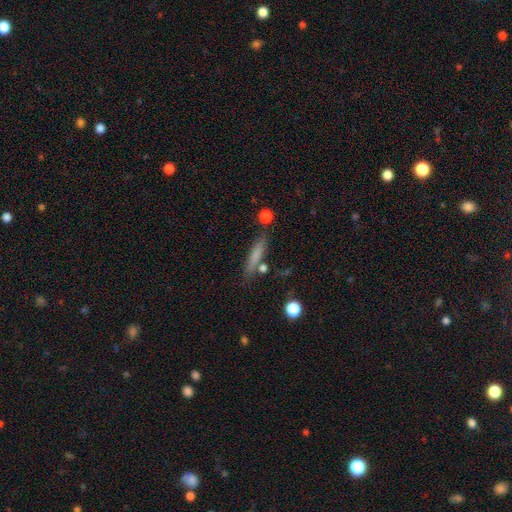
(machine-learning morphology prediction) smooth_or_featured: smooth (p=0.71) [alt: featured or disk p=0.21]
how_rounded: cigar-shaped (p=0.86) [alt: in between p=0.12]
merging: none (p=0.76) [alt: minor disturbance p=0.13]